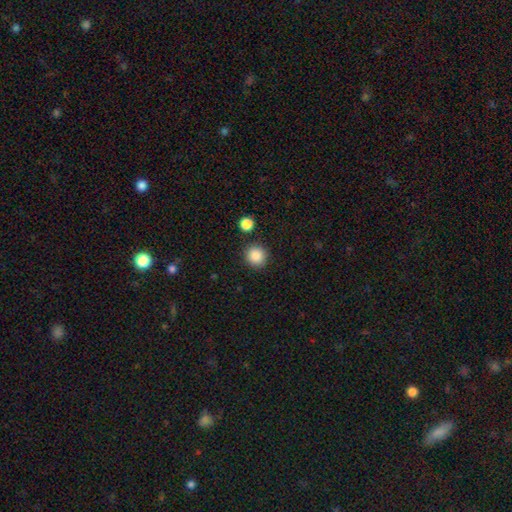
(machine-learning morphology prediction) The model was most divided on "smooth or featured": smooth: 87%, star or artifact: 10%, featured or disk: 4%. More confident: how rounded — round (92%); merging — none (87%).